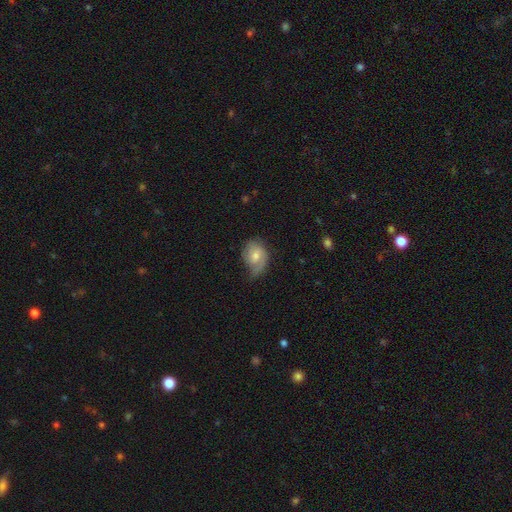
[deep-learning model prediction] Smooth or featured?
  - featured or disk: 52% *
  - smooth: 40%
  - star or artifact: 8%
Edge-on disk?
  - no: 96% *
  - yes: 4%
Bar?
  - no: 64% *
  - weak: 31%
  - strong: 5%
Spiral arms?
  - yes: 82% *
  - no: 18%
Bulge size?
  - moderate: 56% *
  - small: 36%
  - large: 4%
  - none: 2%
  - dominant: 1%
Merging?
  - none: 47% *
  - minor disturbance: 34%
  - major disturbance: 17%
  - merger: 2%